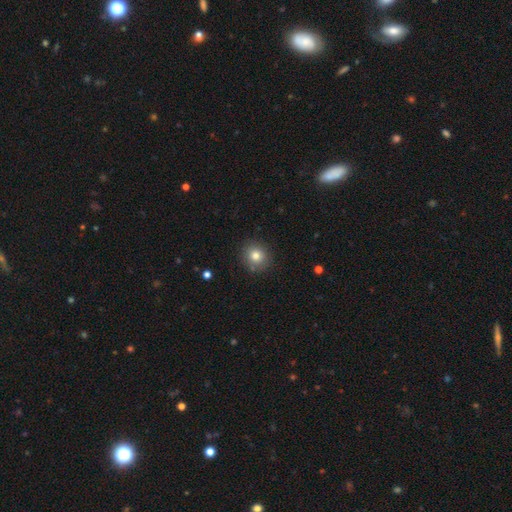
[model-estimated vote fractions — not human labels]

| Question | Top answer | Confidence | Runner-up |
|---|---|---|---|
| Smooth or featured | smooth | 79% | star or artifact (11%) |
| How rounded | round | 87% | in between (12%) |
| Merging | none | 87% | minor disturbance (9%) |